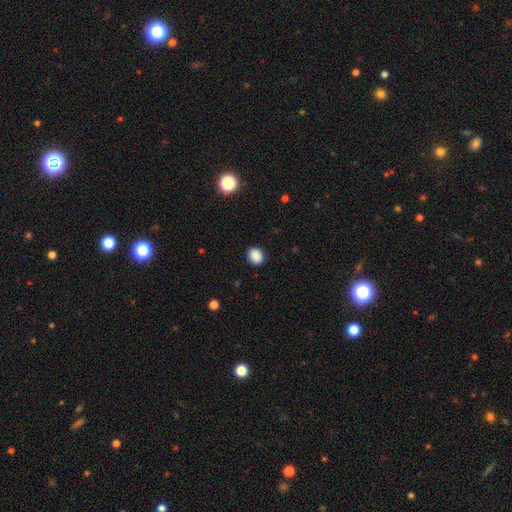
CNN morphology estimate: The model was most divided on "how rounded": round: 67%, in between: 33%, cigar-shaped: 1%. More confident: merging — none (90%); smooth or featured — smooth (88%).